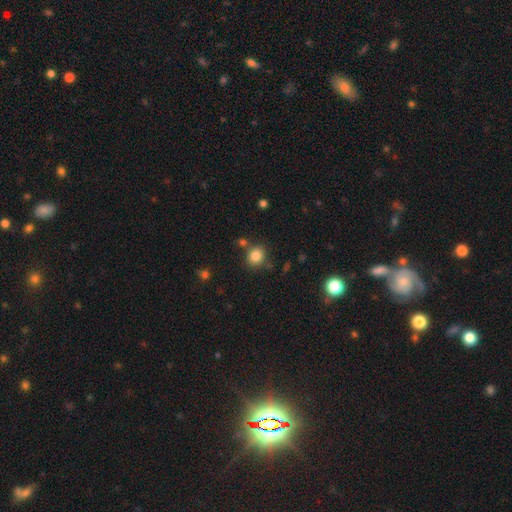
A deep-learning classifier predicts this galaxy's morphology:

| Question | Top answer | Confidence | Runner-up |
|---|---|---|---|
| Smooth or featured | smooth | 83% | star or artifact (11%) |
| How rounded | round | 78% | in between (22%) |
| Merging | none | 77% | minor disturbance (11%) |